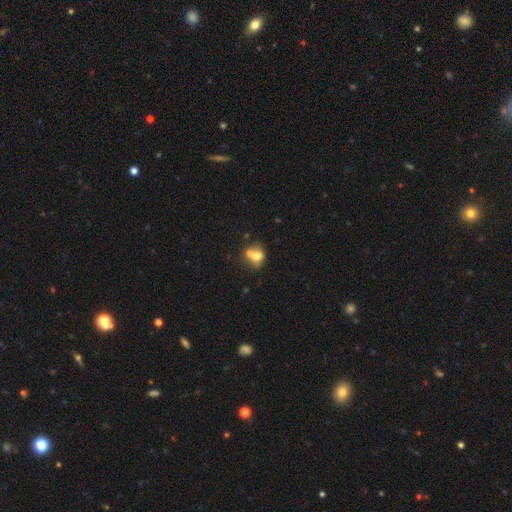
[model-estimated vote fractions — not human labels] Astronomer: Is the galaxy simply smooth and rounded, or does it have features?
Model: smooth — 66%.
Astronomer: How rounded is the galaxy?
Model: round — 54% (runner-up: in between, 44%).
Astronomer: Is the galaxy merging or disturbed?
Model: merger — 50% (runner-up: none, 29%).